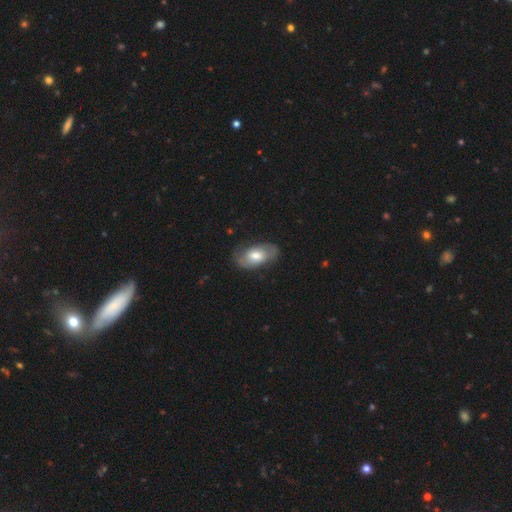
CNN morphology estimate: smooth_or_featured: smooth (p=0.52) [alt: featured or disk p=0.42]
how_rounded: in between (p=0.91) [alt: round p=0.06]
merging: none (p=0.70) [alt: minor disturbance p=0.21]